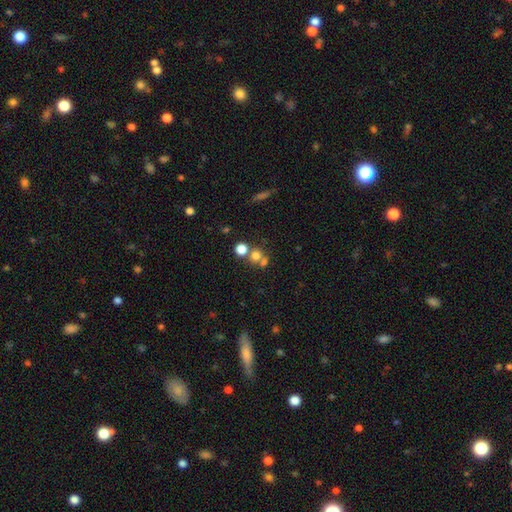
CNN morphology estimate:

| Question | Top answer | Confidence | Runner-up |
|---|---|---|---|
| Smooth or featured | smooth | 67% | star or artifact (19%) |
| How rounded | round | 84% | in between (15%) |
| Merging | none | 47% | merger (41%) |